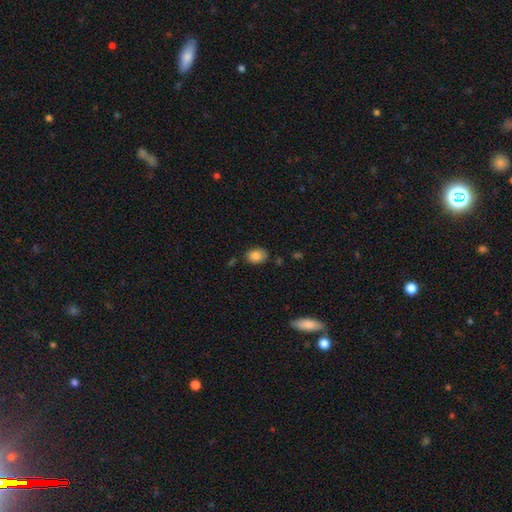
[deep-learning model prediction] The model was most divided on "merging": none: 74%, minor disturbance: 19%, major disturbance: 4%, merger: 3%. More confident: smooth or featured — smooth (85%); how rounded — in between (77%).